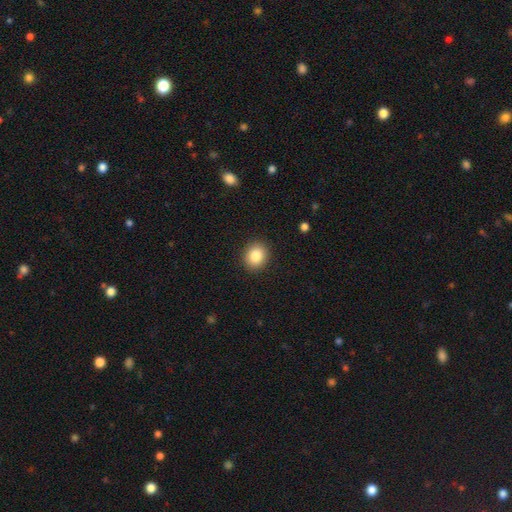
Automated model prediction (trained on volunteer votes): This appears to be a smooth galaxy with no disk features (86%) that is round (73%). Merging: none (91%).